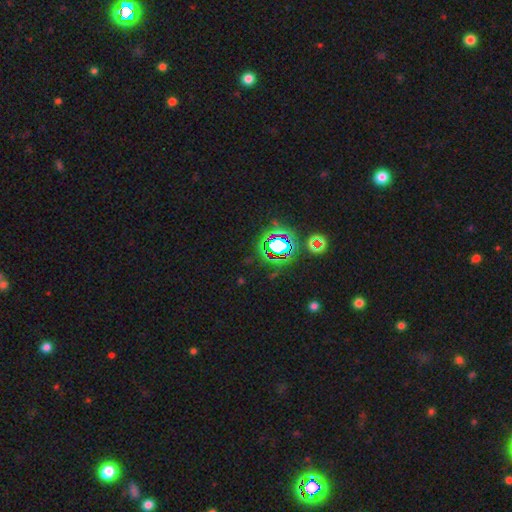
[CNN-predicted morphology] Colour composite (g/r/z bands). It shows a star or artifact, not a galaxy (79%).